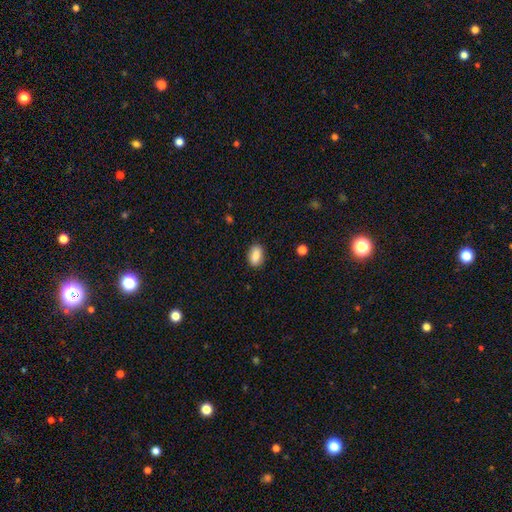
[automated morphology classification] type=smooth (88%); roundness=in between (88%); merging=none (87%).